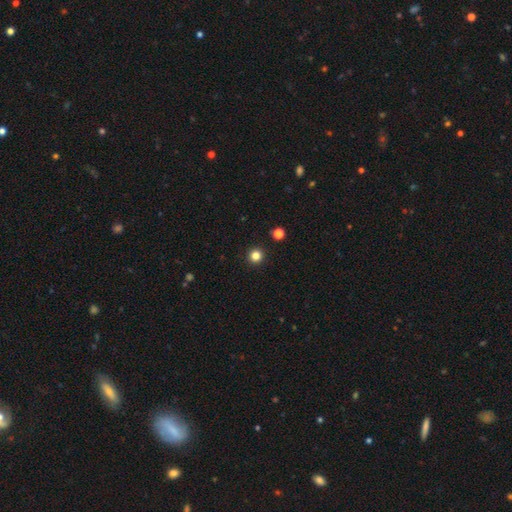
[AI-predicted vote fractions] Smooth or featured? smooth (83%)
How rounded? round (96%)
Merging? none (93%)